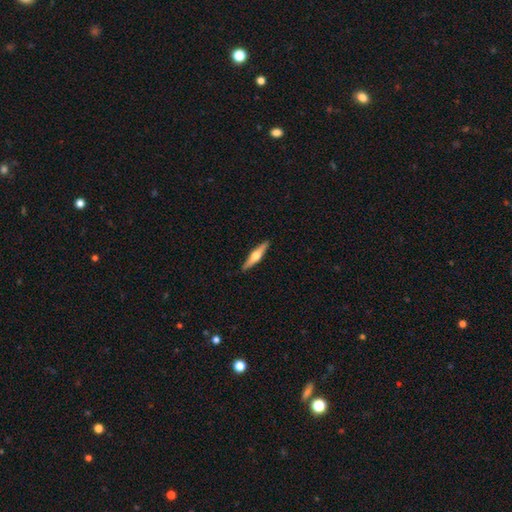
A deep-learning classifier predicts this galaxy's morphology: This appears to be a featured or disk galaxy (62%) viewed edge-on (97%) with a rounded central bulge (95%). Merging: none (91%).